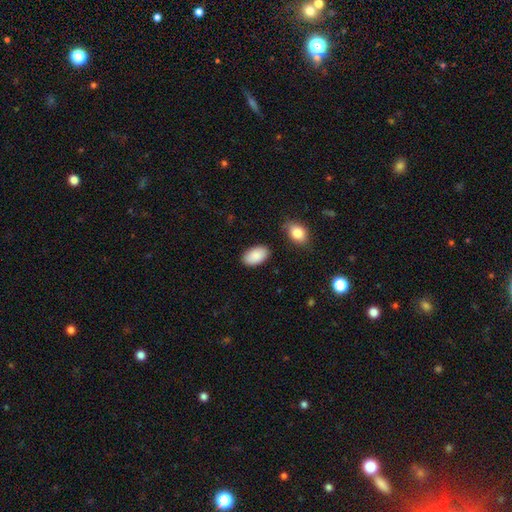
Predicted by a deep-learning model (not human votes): Smooth or featured?
  - smooth: 89% *
  - star or artifact: 6%
  - featured or disk: 5%
How rounded?
  - in between: 95% *
  - round: 4%
  - cigar-shaped: 1%
Merging?
  - none: 84% *
  - minor disturbance: 11%
  - merger: 3%
  - major disturbance: 3%